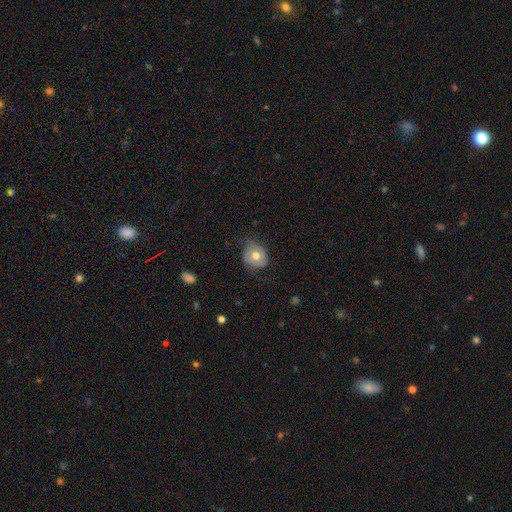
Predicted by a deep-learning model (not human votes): smooth-or-featured: smooth: 60% | featured or disk: 32% | star or artifact: 8%
  how-rounded: round: 70% | in between: 29% | cigar-shaped: 1%
  merging: none: 56% | minor disturbance: 31% | major disturbance: 12% | merger: 1%